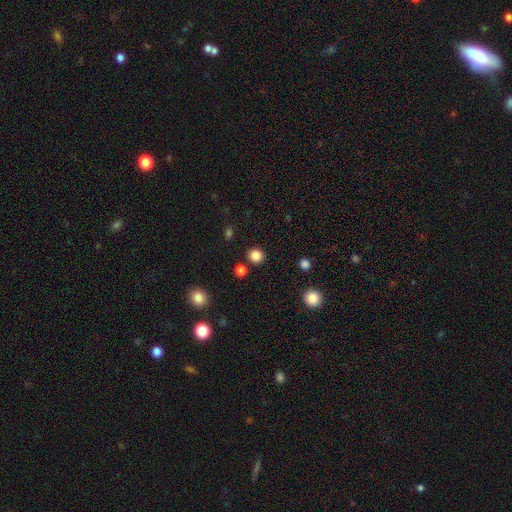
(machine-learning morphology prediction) This is clearly a smooth galaxy (85%). How rounded: clearly round (88%). Merging: clearly none (87%).